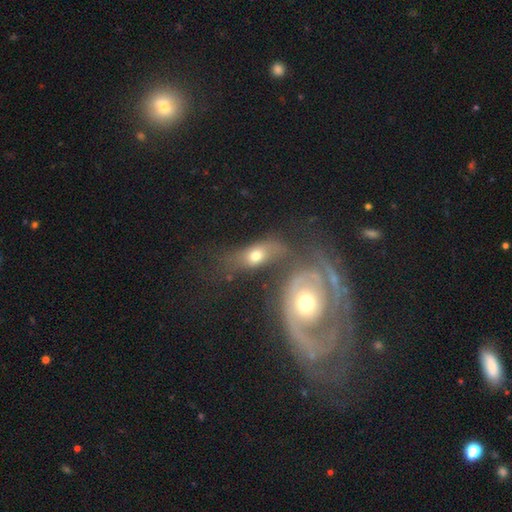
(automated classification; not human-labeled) smooth 53%, featured or disk 34%, star or artifact 13%. Down the decision tree: how rounded — in between (74%); merging — merger (37%).